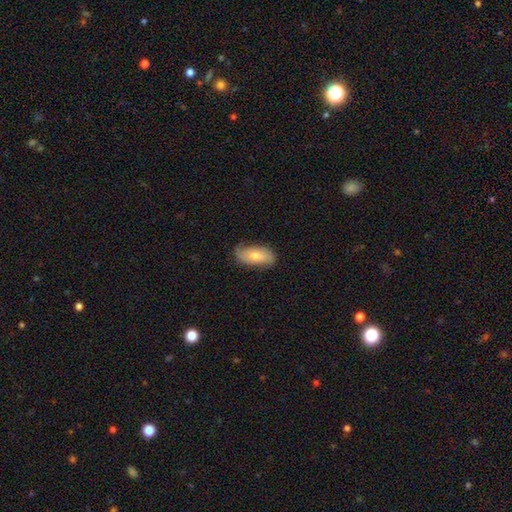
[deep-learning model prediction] This appears to be a smooth galaxy with no disk features (62%) that is in between round and cigar-shaped (88%). Merging: none (74%).